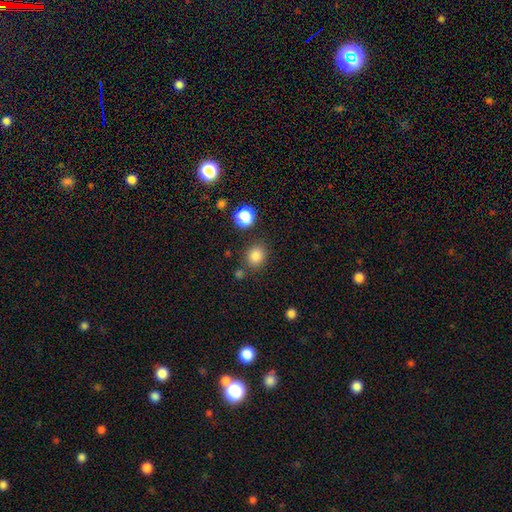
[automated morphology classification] A smooth galaxy with no disk features (83%) that is round (71%). Merging: none (79%).